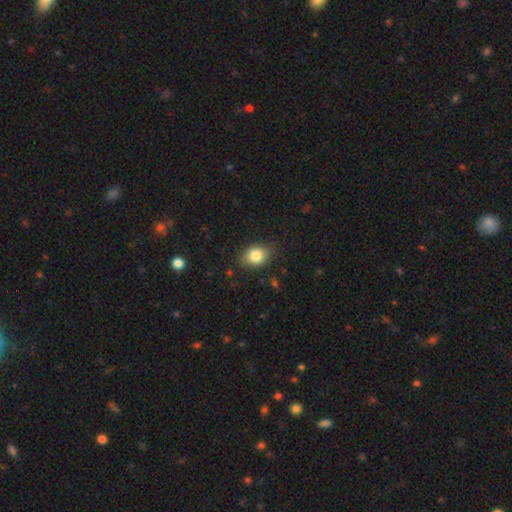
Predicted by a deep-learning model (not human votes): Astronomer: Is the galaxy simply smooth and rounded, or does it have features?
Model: smooth — 83%.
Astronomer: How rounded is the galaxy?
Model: in between — 57% (runner-up: round, 42%).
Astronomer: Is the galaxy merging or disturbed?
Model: none — 81%.